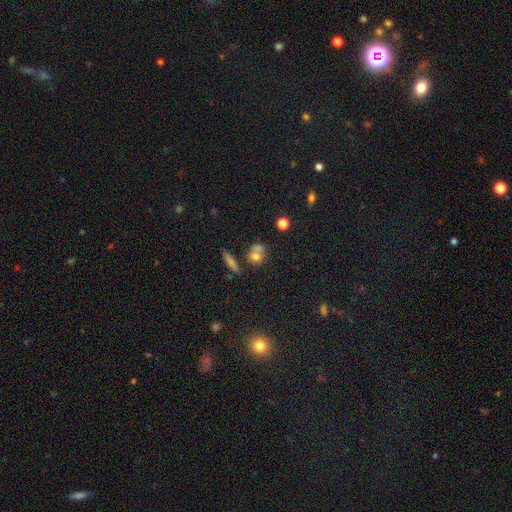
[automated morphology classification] type=smooth (71%); roundness=round (66%); merging=none (42%).